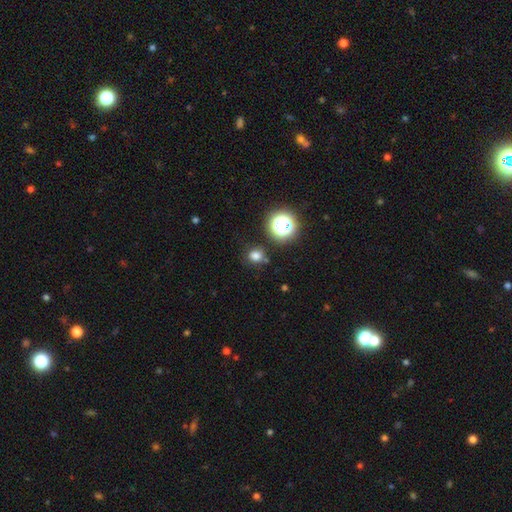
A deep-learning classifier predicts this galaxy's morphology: smooth-or-featured: smooth: 74% | star or artifact: 20% | featured or disk: 6%
  how-rounded: round: 80% | in between: 19% | cigar-shaped: 1%
  merging: none: 79% | minor disturbance: 12% | merger: 5% | major disturbance: 4%